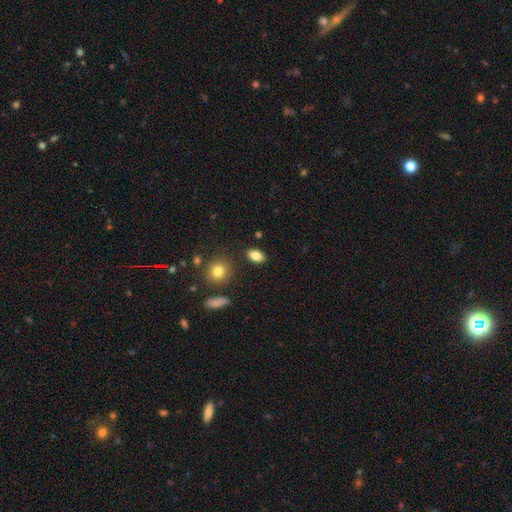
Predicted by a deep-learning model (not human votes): Smooth or featured? smooth (83%)
How rounded? in between (88%)
Merging? none (86%)